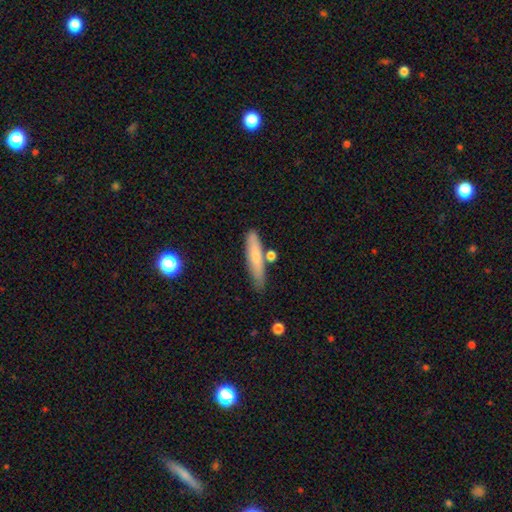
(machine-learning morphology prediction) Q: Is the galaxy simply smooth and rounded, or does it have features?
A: smooth — 70%.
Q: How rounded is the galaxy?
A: cigar-shaped — 83%.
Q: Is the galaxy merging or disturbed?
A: none — 73%.